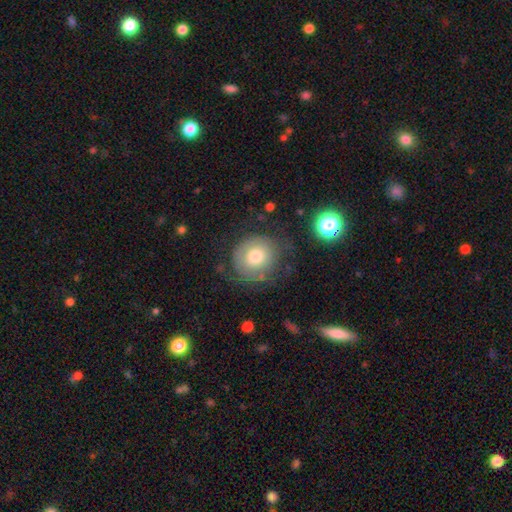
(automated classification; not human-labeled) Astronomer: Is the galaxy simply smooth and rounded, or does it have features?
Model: smooth — 65%.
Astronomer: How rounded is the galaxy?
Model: round — 86%.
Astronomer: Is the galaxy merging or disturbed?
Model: none — 65%.